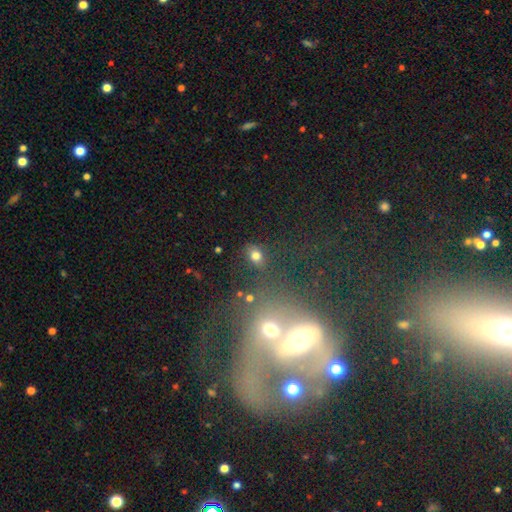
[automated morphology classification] Smooth or featured? Predicted: smooth (p=0.76). How rounded? Predicted: in between (p=0.59). Merging? Predicted: none (p=0.78).